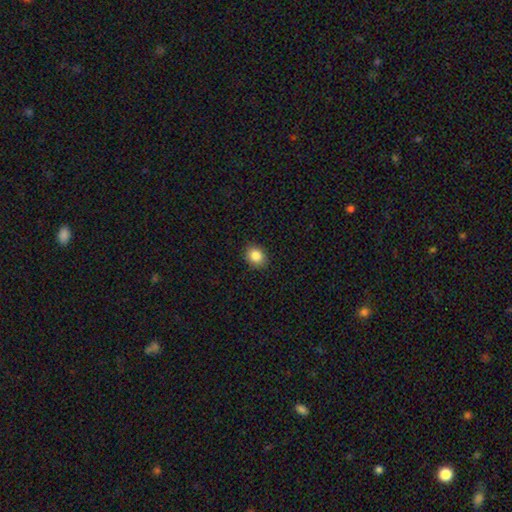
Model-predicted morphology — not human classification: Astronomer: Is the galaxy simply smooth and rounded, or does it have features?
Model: smooth — 86%.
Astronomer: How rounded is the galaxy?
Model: round — 51% (runner-up: in between, 48%).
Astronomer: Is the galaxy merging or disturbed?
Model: none — 90%.